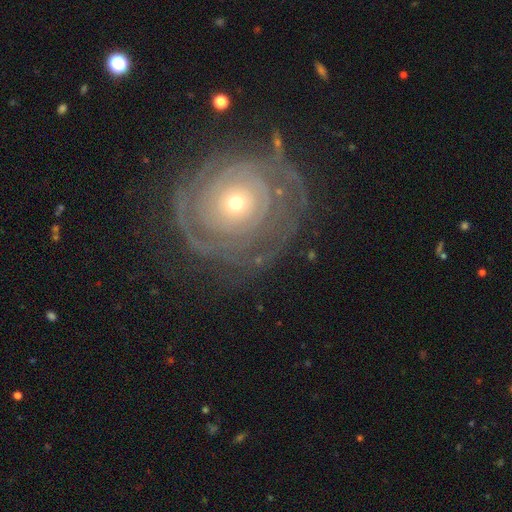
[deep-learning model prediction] This appears to be a featured or disk galaxy (78%) with no bar (84%), tight (82%) spiral arms (83%) and a small central bulge (59%). Merging: none (77%).